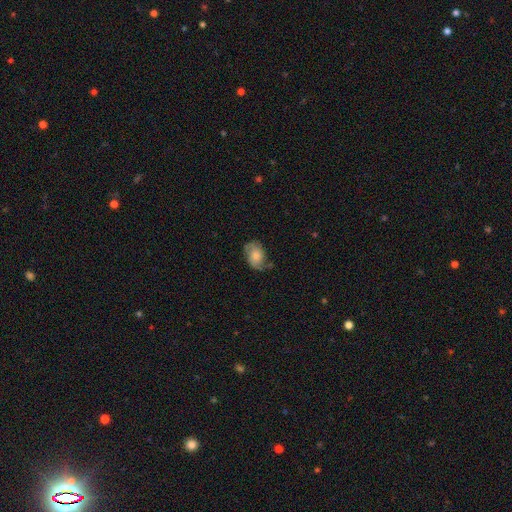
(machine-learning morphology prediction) Smooth or featured: smooth — 53% (featured or disk — 39%)
How rounded: in between — 79% (round — 20%)
Merging: none — 58% (minor disturbance — 29%)